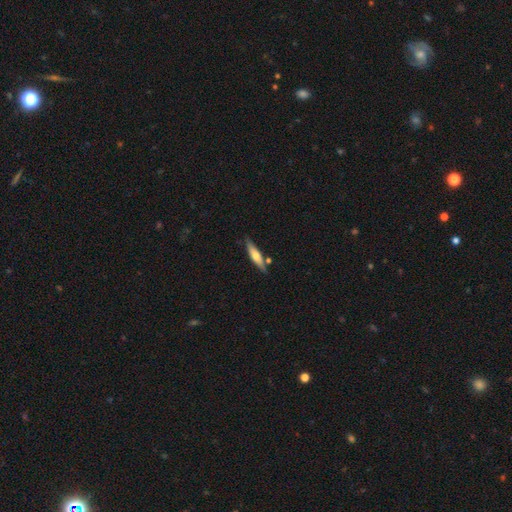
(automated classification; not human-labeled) smooth 50%, featured or disk 44%, star or artifact 6%. Down the decision tree: merging — none (79%).